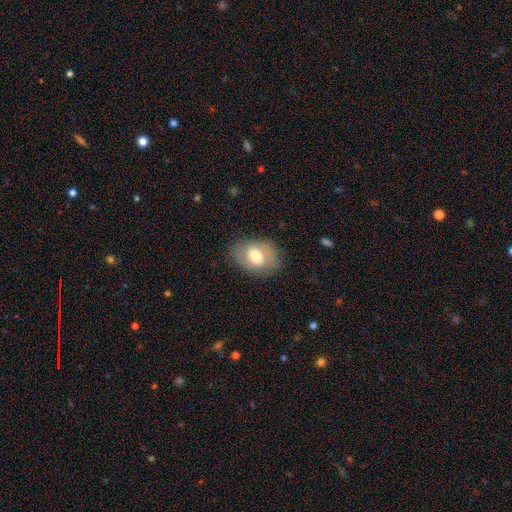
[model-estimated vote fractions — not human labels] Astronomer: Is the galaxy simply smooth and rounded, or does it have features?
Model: smooth — 67%.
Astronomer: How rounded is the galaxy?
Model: in between — 80%.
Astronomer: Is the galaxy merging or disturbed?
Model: none — 80%.